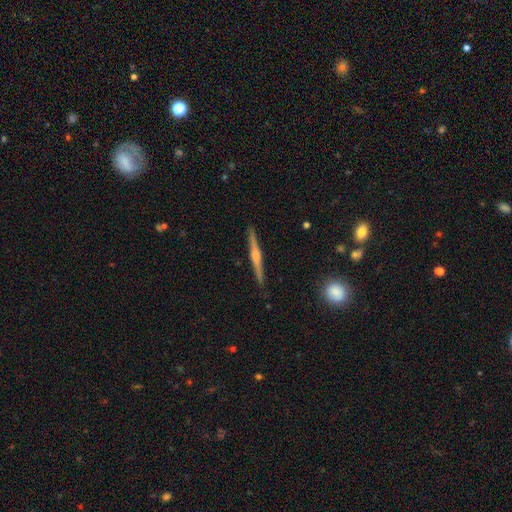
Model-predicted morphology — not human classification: Smooth or featured?
  - featured or disk: 75% *
  - smooth: 19%
  - star or artifact: 6%
Edge-on disk?
  - yes: 98% *
  - no: 2%
Edge-on bulge?
  - rounded: 76% *
  - boxy: 13%
  - none: 10%
Merging?
  - none: 91% *
  - minor disturbance: 7%
  - major disturbance: 1%
  - merger: 1%